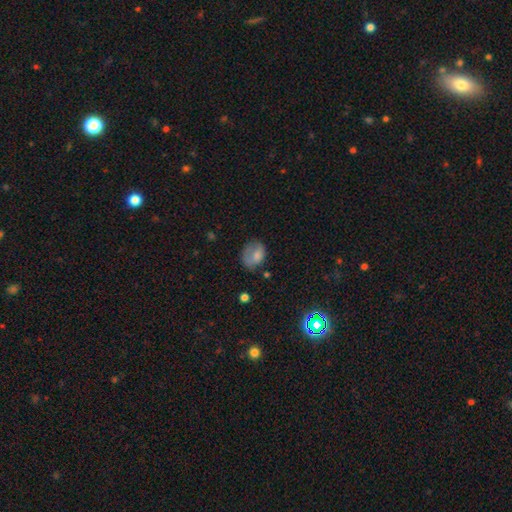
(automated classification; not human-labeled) Smooth or featured?
  - smooth: 72% *
  - featured or disk: 18%
  - star or artifact: 10%
How rounded?
  - in between: 58% *
  - round: 41%
  - cigar-shaped: 1%
Merging?
  - none: 46% *
  - minor disturbance: 30%
  - major disturbance: 21%
  - merger: 3%